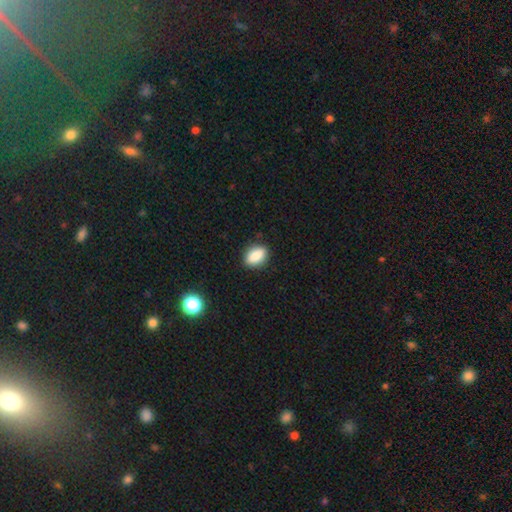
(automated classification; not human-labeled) Smooth or featured?
  - smooth: 85% *
  - star or artifact: 8%
  - featured or disk: 7%
How rounded?
  - in between: 82% *
  - round: 13%
  - cigar-shaped: 5%
Merging?
  - none: 86% *
  - minor disturbance: 10%
  - major disturbance: 2%
  - merger: 1%